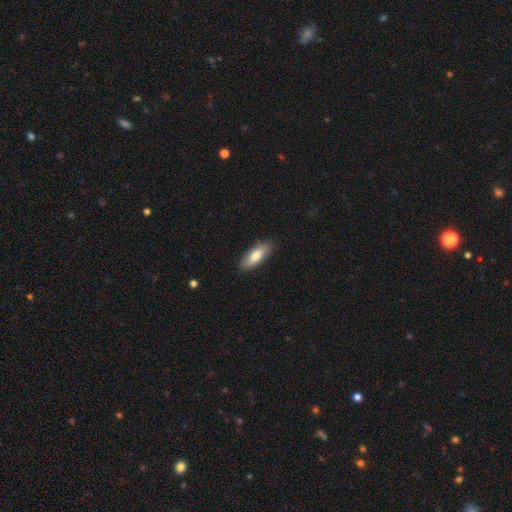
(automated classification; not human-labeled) A smooth galaxy with no disk features (78%) that is in between round and cigar-shaped (72%). Merging: none (87%).